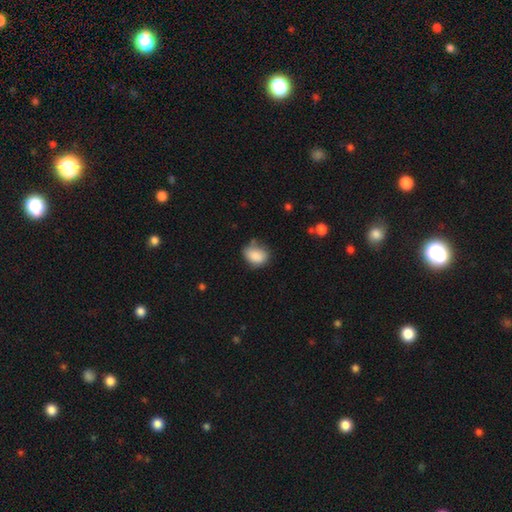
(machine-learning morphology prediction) A smooth galaxy with no disk features (87%) that is in between round and cigar-shaped (72%). Merging: none (61%).